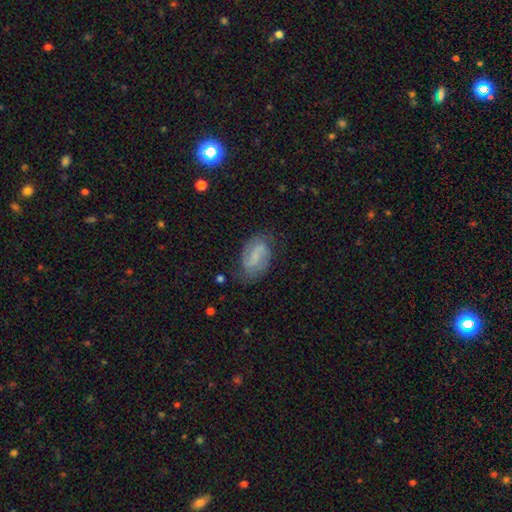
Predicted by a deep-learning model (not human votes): Smooth or featured? featured or disk (69%)
Edge-on disk? no (97%)
Bar? weak (47%)
Spiral arms? yes (91%)
Spiral winding? medium (44%)
Spiral arm count? 2 (86%)
Bulge size? none (47%)
Merging? none (74%)